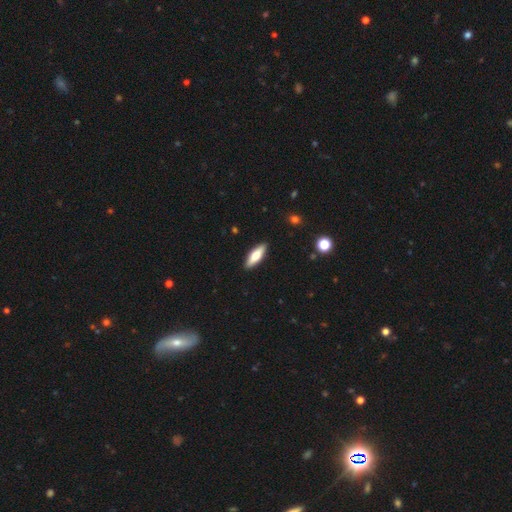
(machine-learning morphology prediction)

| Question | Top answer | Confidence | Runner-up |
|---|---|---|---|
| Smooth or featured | smooth | 63% | featured or disk (31%) |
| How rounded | in between | 50% | cigar-shaped (48%) |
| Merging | none | 90% | minor disturbance (8%) |